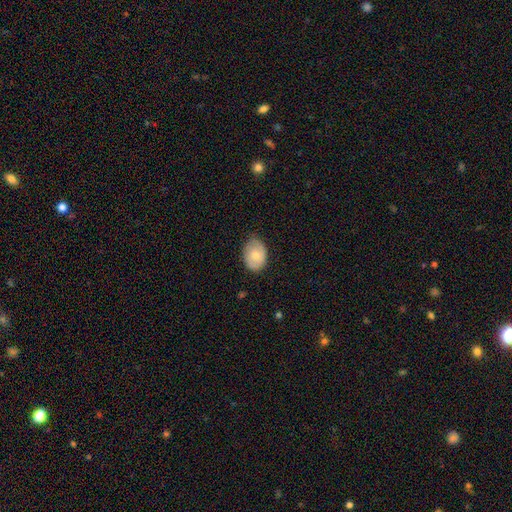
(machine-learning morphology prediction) A smooth galaxy with no disk features (57%) that is in between round and cigar-shaped (74%). Merging: none (72%).